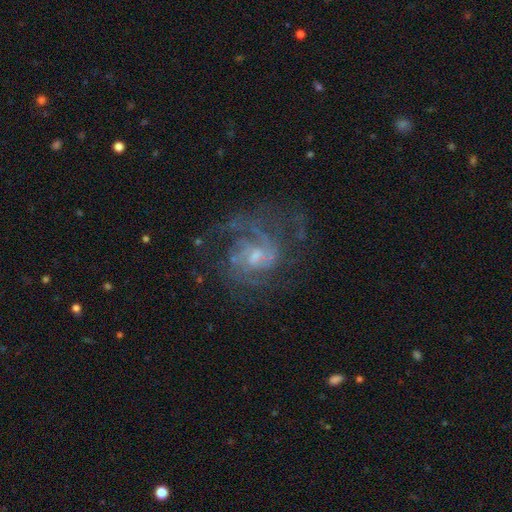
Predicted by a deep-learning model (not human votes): Q: Smooth or featured?
A: featured or disk (83%); runner-up: star or artifact (9%)
Q: Edge-on disk?
A: no (98%); runner-up: yes (2%)
Q: Bar?
A: no (47%); runner-up: weak (45%)
Q: Spiral arms?
A: yes (91%); runner-up: no (9%)
Q: Spiral winding?
A: medium (45%); runner-up: tight (38%)
Q: Spiral arm count?
A: 2 (31%); runner-up: can't tell (30%)
Q: Bulge size?
A: small (52%); runner-up: moderate (33%)
Q: Merging?
A: none (61%); runner-up: major disturbance (20%)